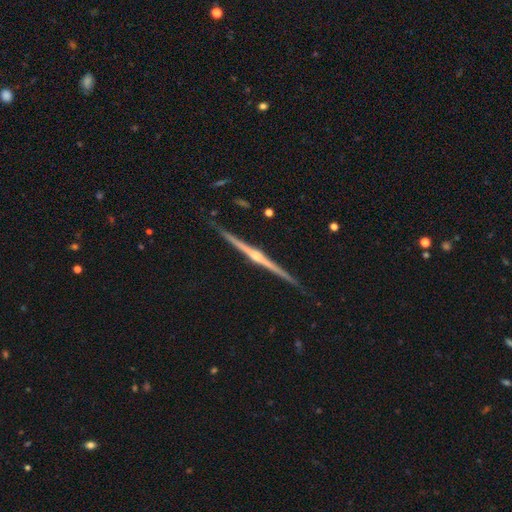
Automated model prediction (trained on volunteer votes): Smooth or featured?
  - featured or disk: 88% *
  - smooth: 7%
  - star or artifact: 5%
Edge-on disk?
  - yes: 99% *
  - no: 1%
Edge-on bulge?
  - rounded: 82% *
  - none: 12%
  - boxy: 6%
Merging?
  - none: 89% *
  - minor disturbance: 8%
  - major disturbance: 2%
  - merger: 2%